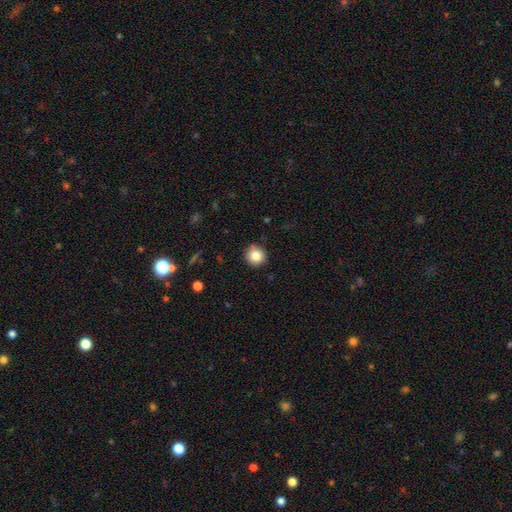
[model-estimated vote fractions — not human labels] smooth 83%, star or artifact 10%, featured or disk 7%. Down the decision tree: how rounded — round (94%); merging — none (87%).